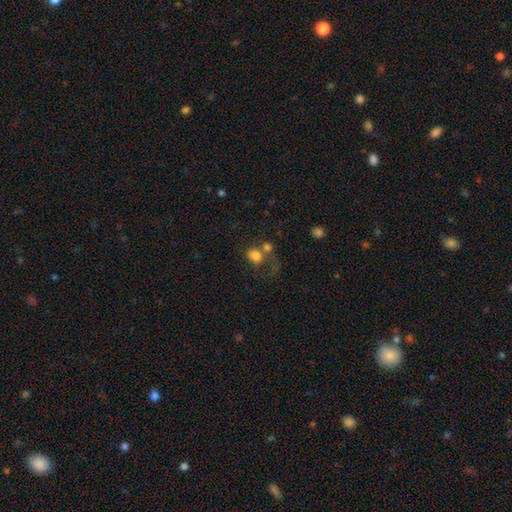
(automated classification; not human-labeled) smooth_or_featured: smooth (p=0.76) [alt: featured or disk p=0.12]
how_rounded: round (p=0.60) [alt: in between p=0.39]
merging: merger (p=0.41) [alt: none p=0.31]